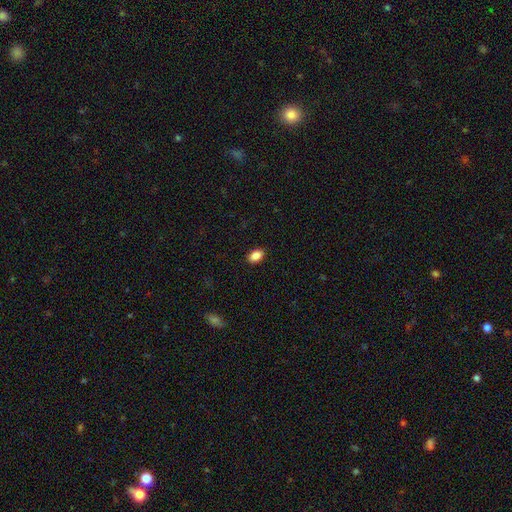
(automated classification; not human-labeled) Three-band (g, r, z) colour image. It shows a smooth galaxy with no disk features (87%) that is in between round and cigar-shaped (88%). Merging: none (90%).